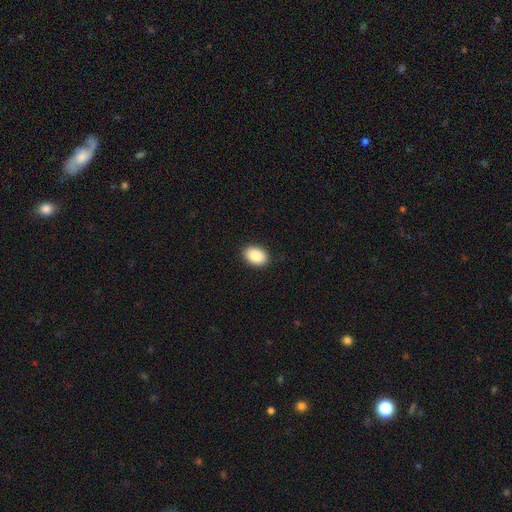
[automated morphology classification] Smooth or featured?
  - smooth: 88% *
  - star or artifact: 7%
  - featured or disk: 5%
How rounded?
  - in between: 83% *
  - round: 16%
  - cigar-shaped: 1%
Merging?
  - none: 90% *
  - minor disturbance: 7%
  - major disturbance: 2%
  - merger: 1%